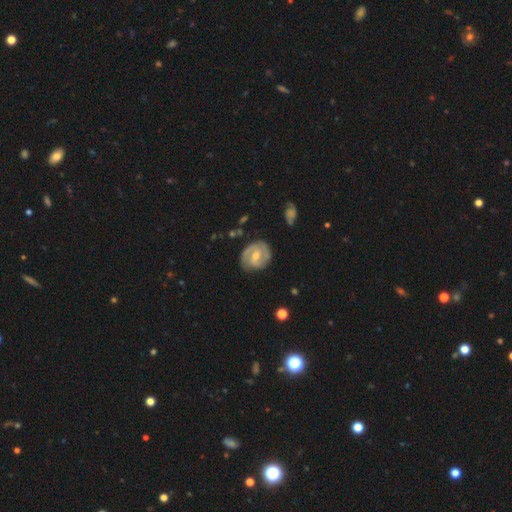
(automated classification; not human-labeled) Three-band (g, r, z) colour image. It shows a featured or disk galaxy (79%) with a weak bar (54%), 2 (80%) medium (44%) spiral arms (93%) and a moderate central bulge (54%). Merging: none (78%).